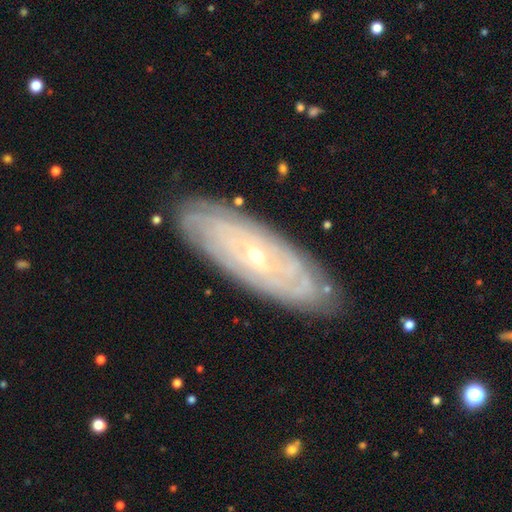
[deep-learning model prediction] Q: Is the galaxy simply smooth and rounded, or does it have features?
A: featured or disk — 81%.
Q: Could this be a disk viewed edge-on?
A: no — 83%.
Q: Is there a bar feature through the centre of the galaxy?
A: no — 69%.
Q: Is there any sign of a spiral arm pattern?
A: yes — 89%.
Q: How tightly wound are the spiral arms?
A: tight — 84%.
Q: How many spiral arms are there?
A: can't tell — 58%.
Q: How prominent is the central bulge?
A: small — 75%.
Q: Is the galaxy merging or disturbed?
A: none — 87%.